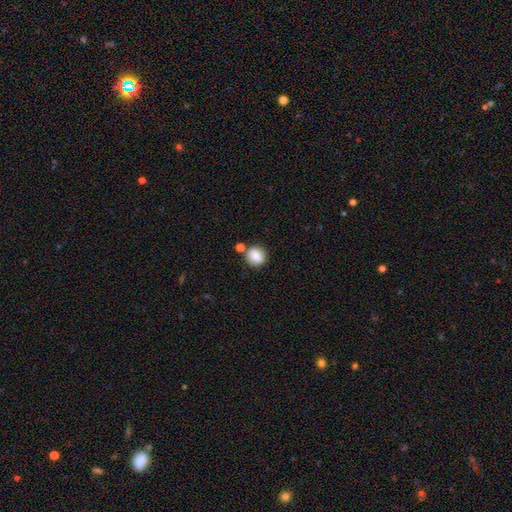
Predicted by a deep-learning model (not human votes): smooth_or_featured: smooth (p=0.84) [alt: star or artifact p=0.09]
how_rounded: round (p=0.86) [alt: in between p=0.13]
merging: none (p=0.74) [alt: merger p=0.12]